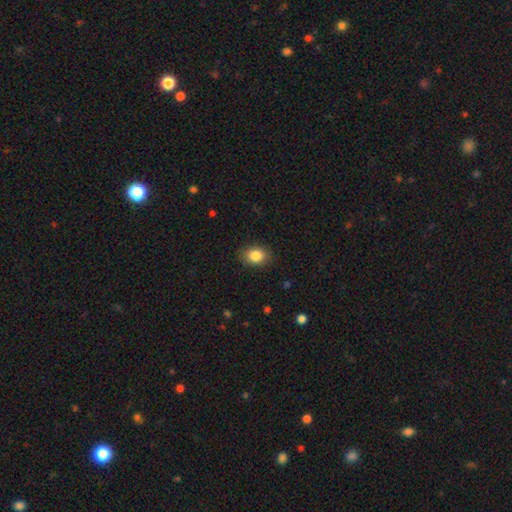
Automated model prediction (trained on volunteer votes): smooth 86%, star or artifact 9%, featured or disk 6%. Down the decision tree: how rounded — in between (65%); merging — none (86%).